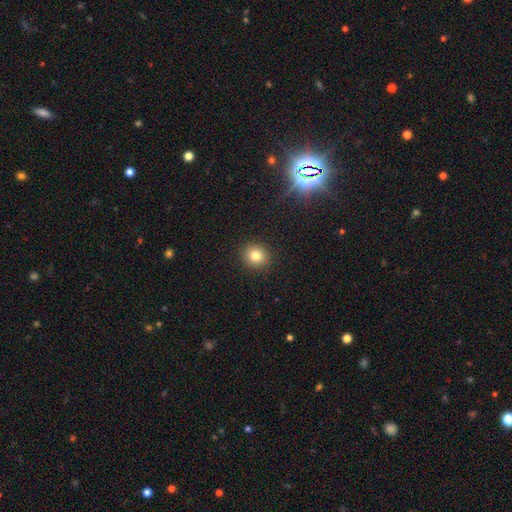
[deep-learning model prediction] The model was most divided on "smooth or featured": smooth: 79%, star or artifact: 13%, featured or disk: 8%. More confident: merging — none (91%); how rounded — round (86%).